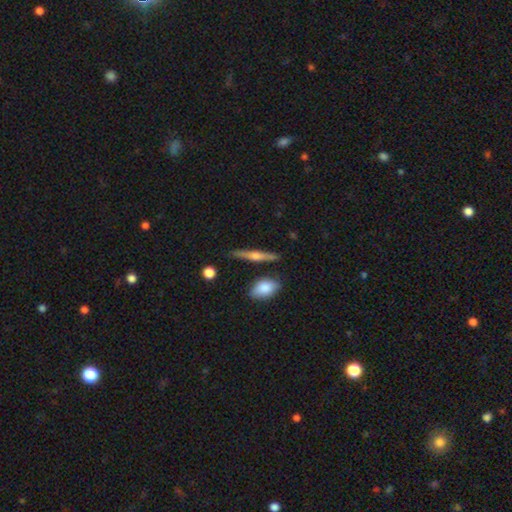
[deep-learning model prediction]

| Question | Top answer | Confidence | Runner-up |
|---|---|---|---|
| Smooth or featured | featured or disk | 56% | smooth (37%) |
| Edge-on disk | yes | 96% | no (4%) |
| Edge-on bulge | rounded | 87% | none (7%) |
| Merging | none | 84% | minor disturbance (10%) |